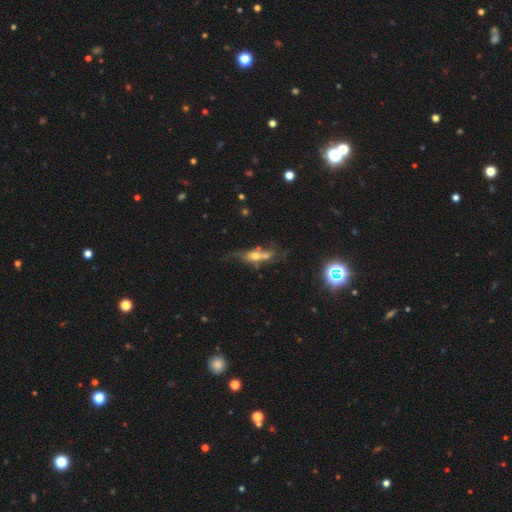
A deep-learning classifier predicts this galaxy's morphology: This appears to be a featured or disk galaxy (53%). Merging: none (38%).